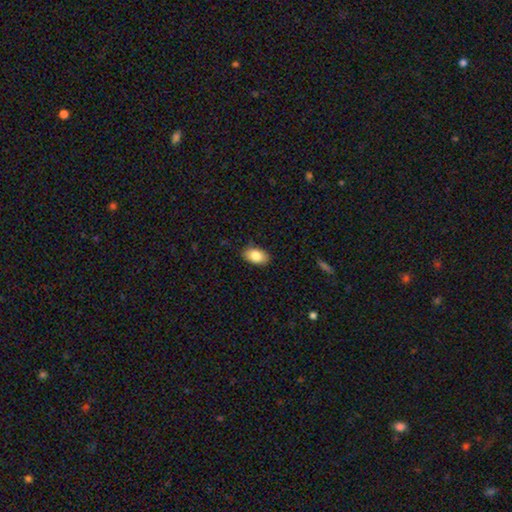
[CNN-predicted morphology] Smooth or featured: smooth — 84% (featured or disk — 9%)
How rounded: in between — 91% (round — 7%)
Merging: none — 86% (minor disturbance — 11%)